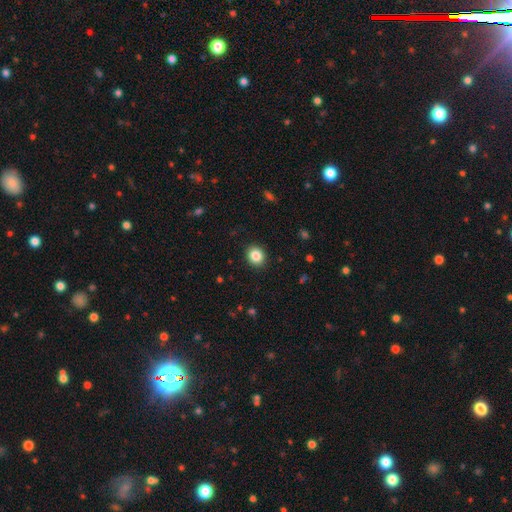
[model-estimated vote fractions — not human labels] smooth 85%, star or artifact 10%, featured or disk 5%. Down the decision tree: how rounded — round (79%); merging — none (91%).